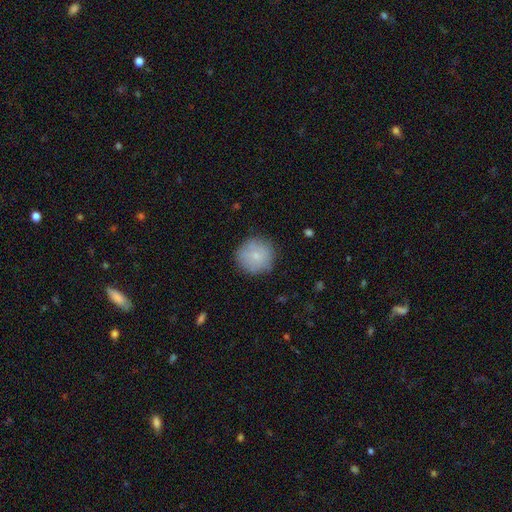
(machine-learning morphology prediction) The model was most divided on "smooth or featured": smooth: 76%, featured or disk: 16%, star or artifact: 8%. More confident: how rounded — round (94%); merging — none (81%).